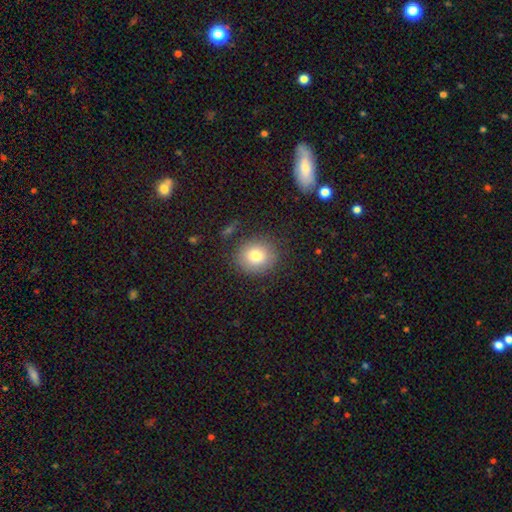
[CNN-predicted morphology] Smooth or featured? Predicted: smooth (p=0.79). How rounded? Predicted: round (p=0.81). Merging? Predicted: none (p=0.84).